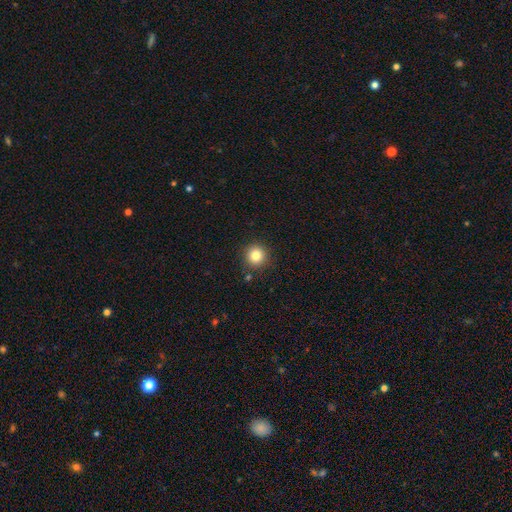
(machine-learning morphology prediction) smooth-or-featured: smooth: 83% | star or artifact: 11% | featured or disk: 6%
  how-rounded: round: 95% | in between: 4% | cigar-shaped: 1%
  merging: none: 89% | minor disturbance: 7% | merger: 2% | major disturbance: 2%